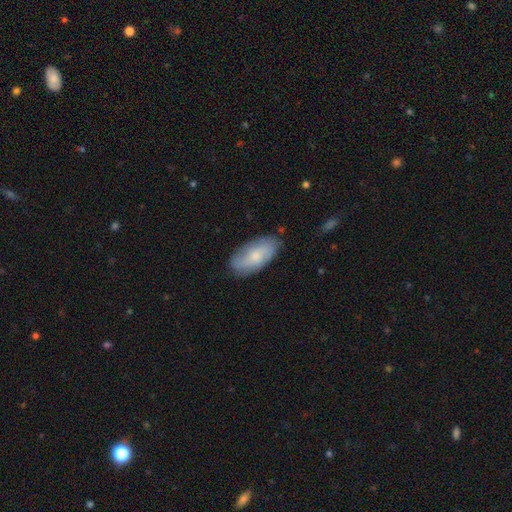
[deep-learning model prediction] smooth_or_featured: smooth (p=0.61) [alt: featured or disk p=0.32]
how_rounded: in between (p=0.91) [alt: cigar-shaped p=0.06]
merging: none (p=0.77) [alt: minor disturbance p=0.18]